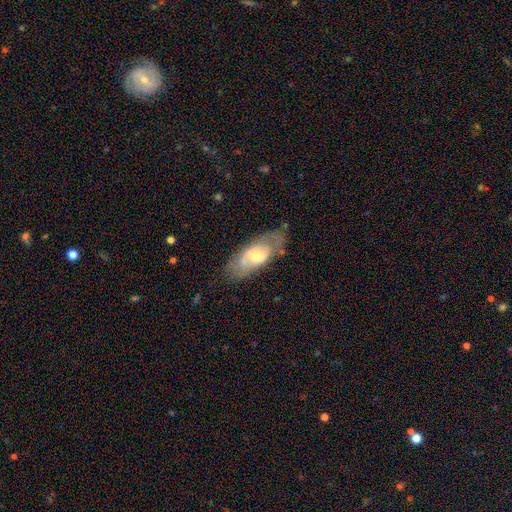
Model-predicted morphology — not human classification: Overall: featured or disk (60%; smooth 33%). Edge-on disk: no (87%). Bar: no (52%; weak 36%). Spiral arms: yes (55%; no 45%). Bulge size: moderate (50%; small 43%). Merging: none (69%).